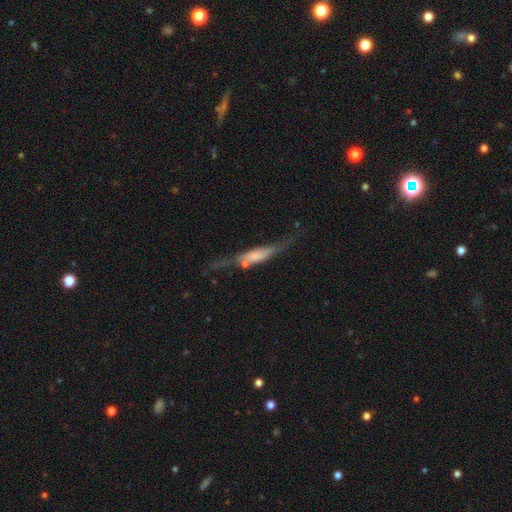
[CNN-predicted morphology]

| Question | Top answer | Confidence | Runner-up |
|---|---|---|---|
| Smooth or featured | featured or disk | 55% | smooth (38%) |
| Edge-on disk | yes | 81% | no (19%) |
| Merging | none | 48% | minor disturbance (25%) |